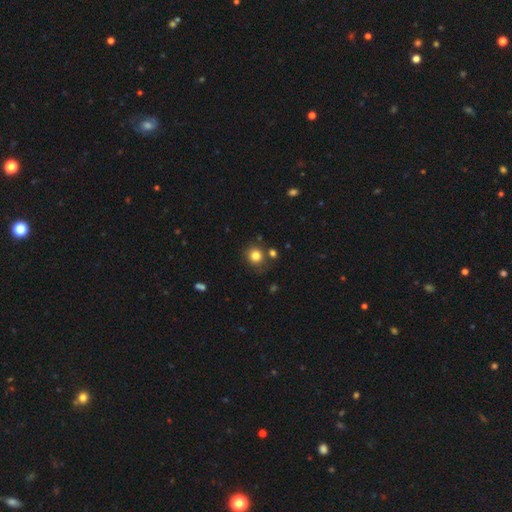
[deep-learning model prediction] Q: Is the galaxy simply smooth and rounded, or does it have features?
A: smooth — 81%.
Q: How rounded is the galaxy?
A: round — 85%.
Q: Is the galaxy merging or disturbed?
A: none — 79%.